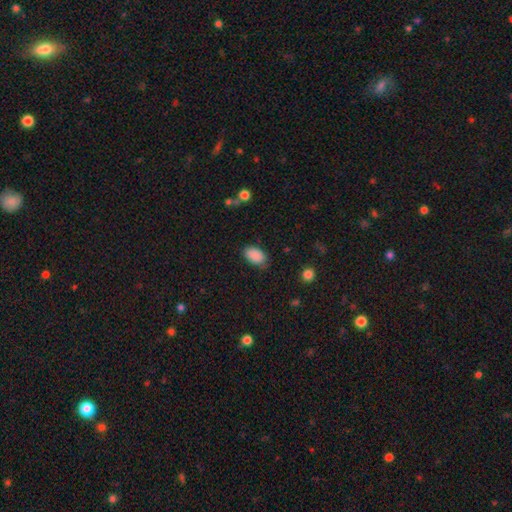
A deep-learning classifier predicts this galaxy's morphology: A smooth galaxy with no disk features (89%) that is in between round and cigar-shaped (92%).

Vote fractions:
- Smooth or featured? smooth: 89% / star or artifact: 8% / featured or disk: 4%
- How rounded? in between: 92% / round: 7% / cigar-shaped: 1%
- Merging? none: 76% / minor disturbance: 19% / major disturbance: 4% / merger: 1%